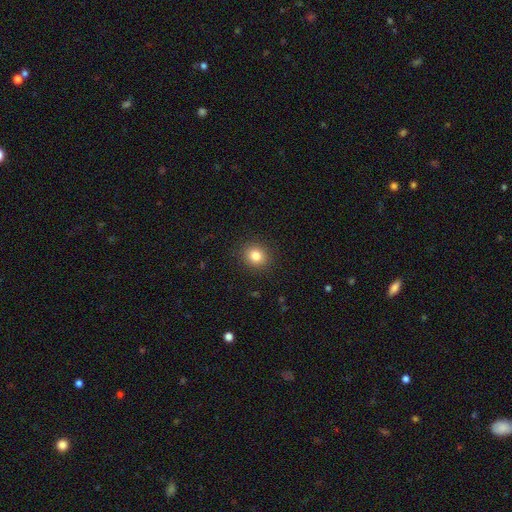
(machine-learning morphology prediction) smooth_or_featured: smooth (p=0.82) [alt: star or artifact p=0.11]
how_rounded: round (p=0.79) [alt: in between p=0.20]
merging: none (p=0.90) [alt: minor disturbance p=0.07]